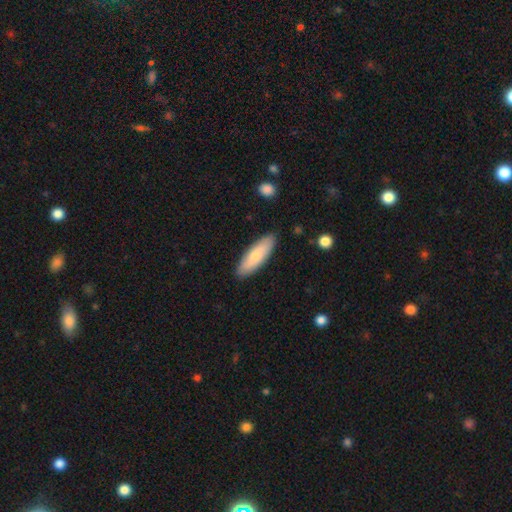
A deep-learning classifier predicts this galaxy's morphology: A smooth galaxy with no disk features (74%) that is in between round and cigar-shaped (55%). Merging: none (87%).